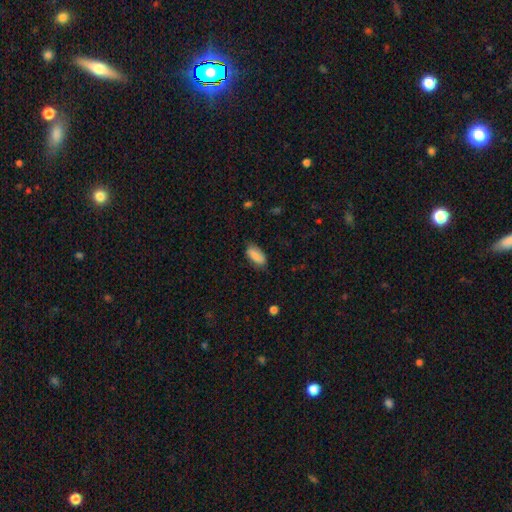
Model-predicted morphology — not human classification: The model was most divided on "merging": none: 75%, minor disturbance: 20%, major disturbance: 4%, merger: 1%. More confident: how rounded — in between (86%); smooth or featured — smooth (81%).